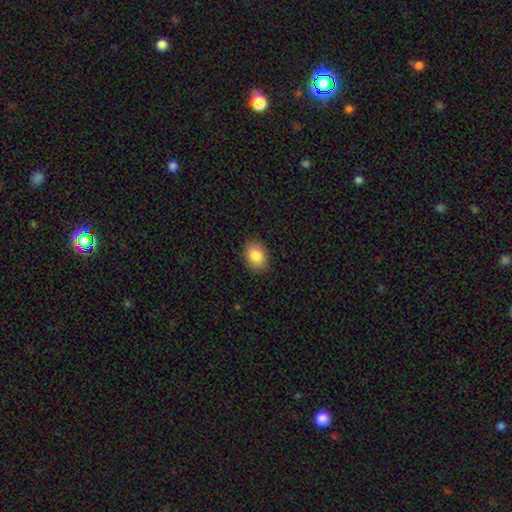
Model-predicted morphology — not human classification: type=smooth (86%); roundness=in between (65%); merging=none (88%).